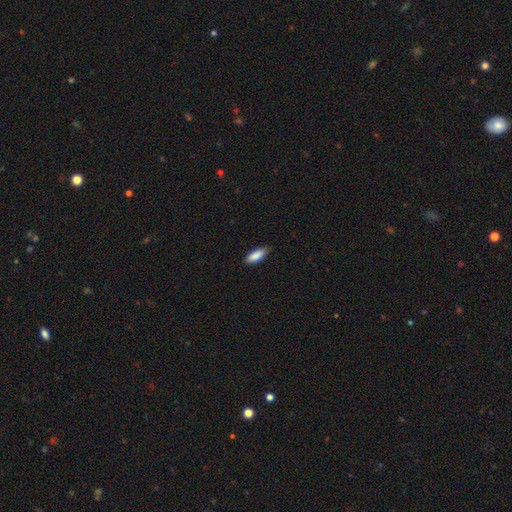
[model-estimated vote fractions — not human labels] A smooth galaxy with no disk features (87%) that is in between round and cigar-shaped (67%). Merging: none (81%).